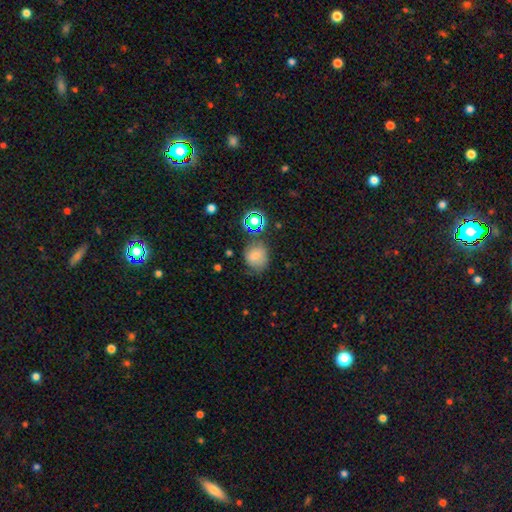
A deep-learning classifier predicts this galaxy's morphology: This is likely a smooth galaxy (69%). How rounded: likely round (75%). Merging: likely none (66%).